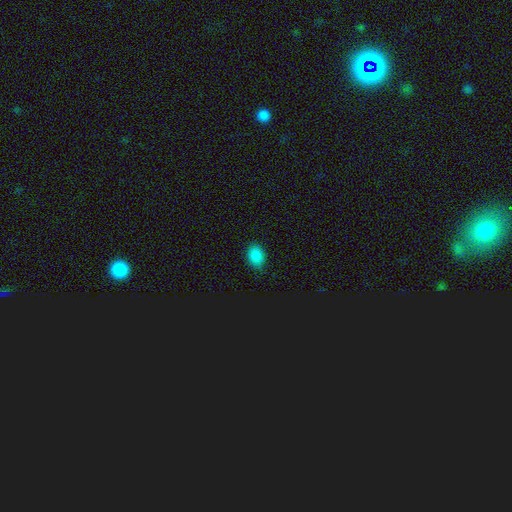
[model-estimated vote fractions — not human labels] Smooth or featured? Predicted: smooth (p=0.85). How rounded? Predicted: in between (p=0.74). Merging? Predicted: none (p=0.83).